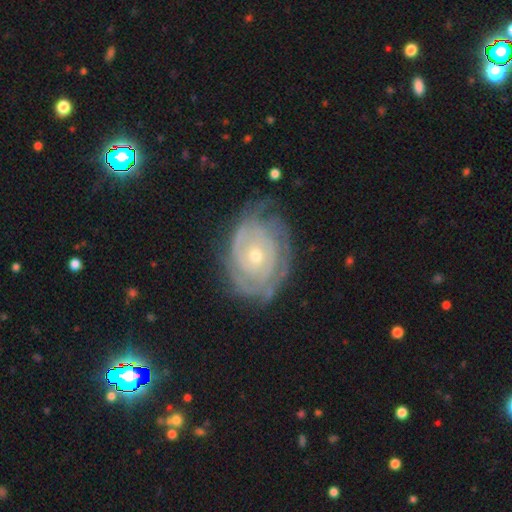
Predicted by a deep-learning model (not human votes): The model was most divided on "spiral arm count": can't tell: 46%, 2: 23%, 3: 12%, 4: 7%, 1: 7%, more than 4: 6%. More confident: edge-on disk — no (96%); spiral arms — yes (84%); bar — no (81%); smooth or featured — featured or disk (80%); spiral winding — tight (74%); bulge size — small (63%); merging — none (59%).